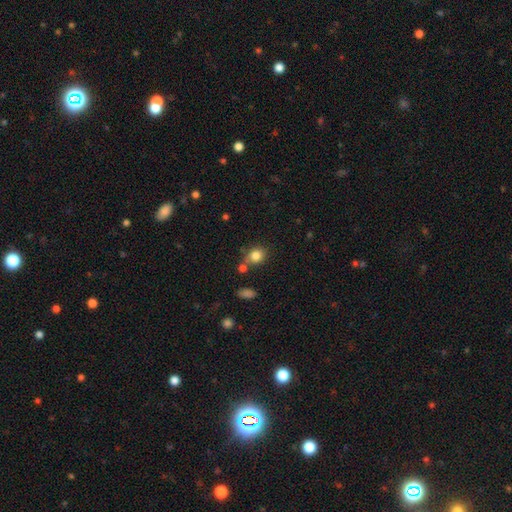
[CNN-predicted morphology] This is clearly a smooth galaxy (83%). How rounded: likely round (67%). Merging: likely none (69%).